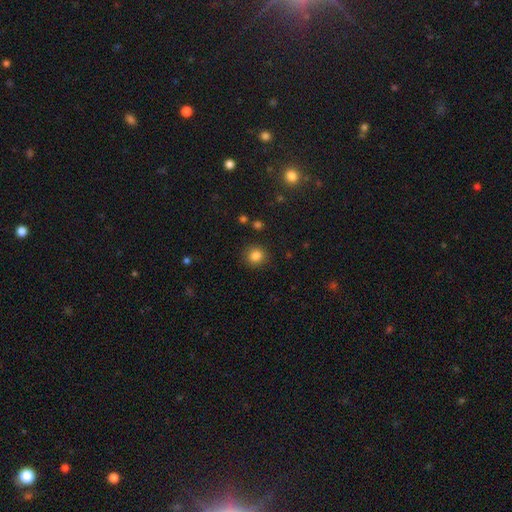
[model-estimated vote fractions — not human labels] Q: Smooth or featured?
A: smooth (84%); runner-up: star or artifact (12%)
Q: How rounded?
A: round (90%); runner-up: in between (9%)
Q: Merging?
A: none (88%); runner-up: minor disturbance (7%)